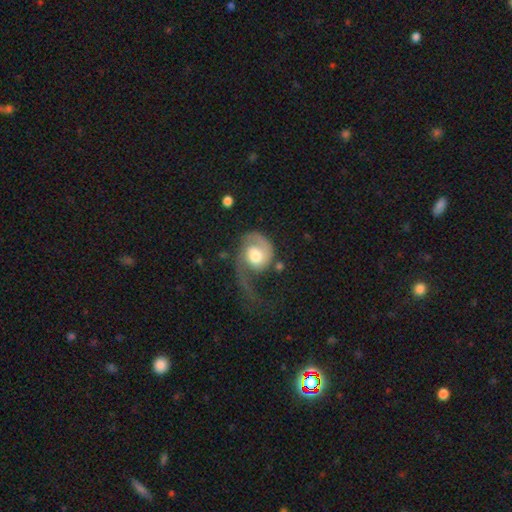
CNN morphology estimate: A featured or disk galaxy (73%) with no bar (68%), 1 (71%) loose (44%) spiral arms (92%) and a moderate central bulge (47%). Merging: major disturbance (53%).